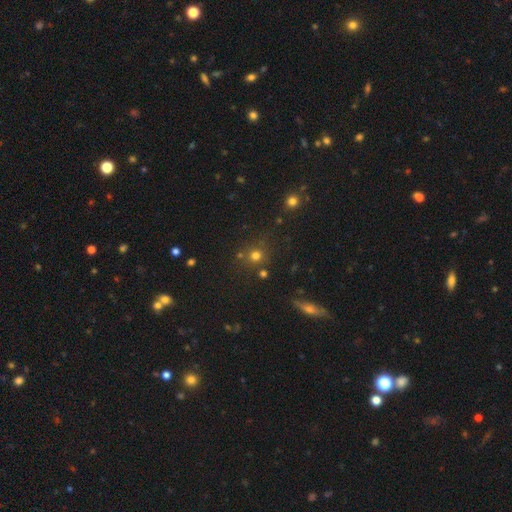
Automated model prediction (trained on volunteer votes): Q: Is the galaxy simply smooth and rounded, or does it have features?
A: smooth — 70%.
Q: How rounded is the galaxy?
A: round — 91%.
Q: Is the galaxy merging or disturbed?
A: none — 76%.